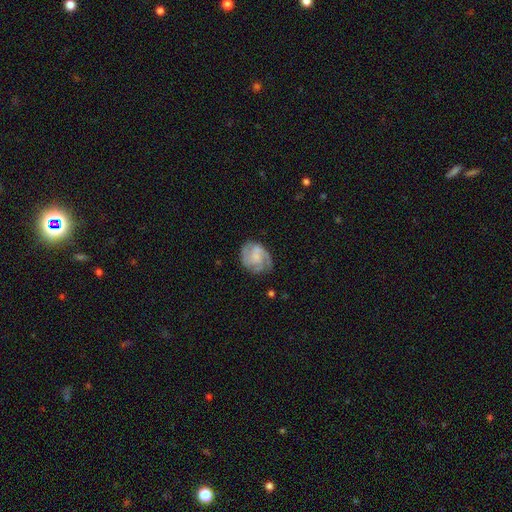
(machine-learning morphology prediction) type=featured or disk (78%); edge-on=no (98%); bar=no (58%); spiral arms=yes (96%); winding=medium (47%); arm count=3 (44%); bulge=small (40%); merging=none (73%).